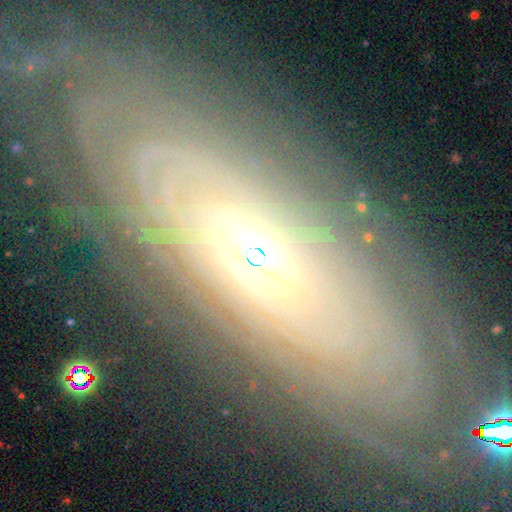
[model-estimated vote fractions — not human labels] Smooth or featured? featured or disk (72%)
Edge-on disk? no (78%)
Bar? no (73%)
Spiral arms? yes (64%)
Bulge size? moderate (57%)
Merging? none (75%)